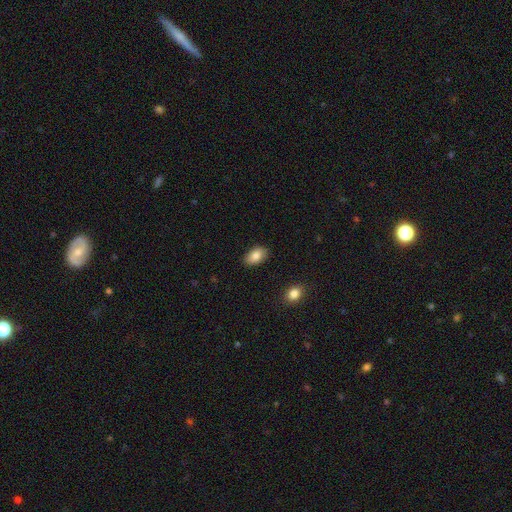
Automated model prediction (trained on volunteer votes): Q: Smooth or featured?
A: smooth (84%); runner-up: featured or disk (9%)
Q: How rounded?
A: in between (92%); runner-up: round (7%)
Q: Merging?
A: none (86%); runner-up: minor disturbance (10%)